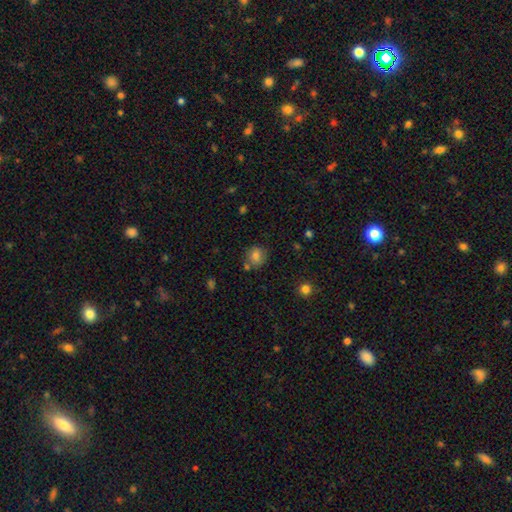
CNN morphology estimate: smooth-or-featured: smooth: 80% | star or artifact: 11% | featured or disk: 10%
  how-rounded: round: 82% | in between: 17% | cigar-shaped: 1%
  merging: none: 75% | minor disturbance: 14% | merger: 8% | major disturbance: 3%